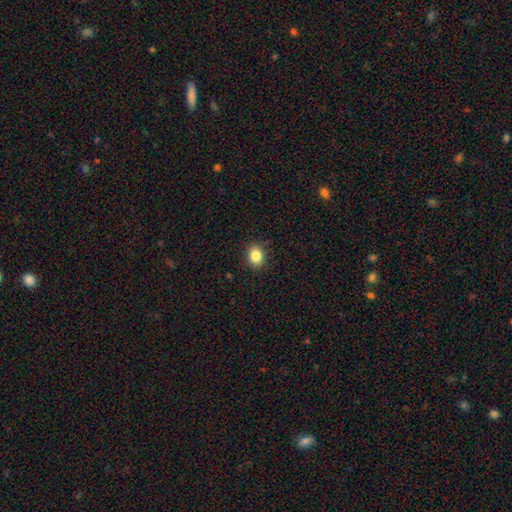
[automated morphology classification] The model was most divided on "how rounded": round: 52%, in between: 47%, cigar-shaped: 1%. More confident: merging — none (89%); smooth or featured — smooth (85%).